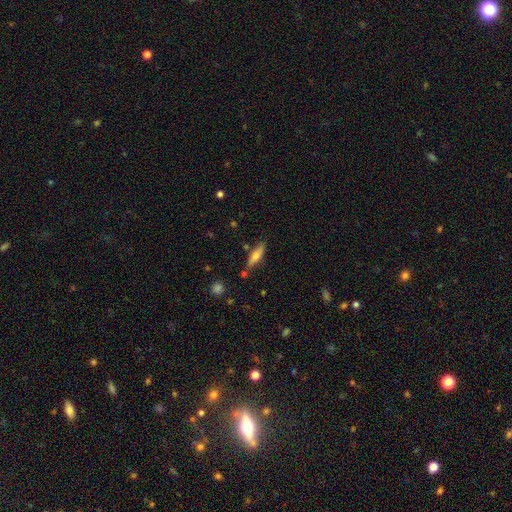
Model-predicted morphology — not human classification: A smooth galaxy with no disk features (60%) that is cigar-shaped (61%). Merging: none (76%).